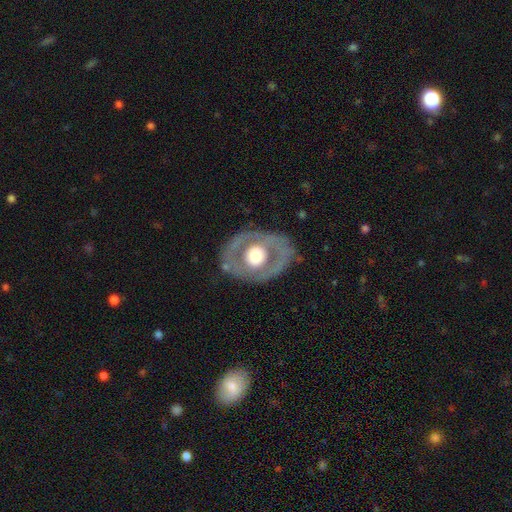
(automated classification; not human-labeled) A featured or disk galaxy (61%) with no bar (85%), no spiral arms (83%) and a moderate central bulge (45%, tied with large). Merging: none (75%).